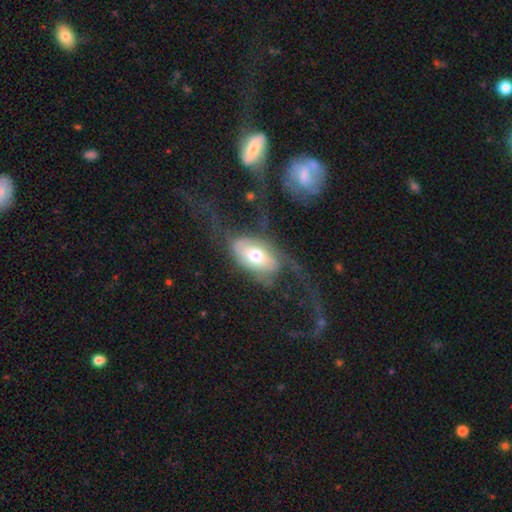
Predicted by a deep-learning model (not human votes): Smooth or featured: featured or disk — 58% (smooth — 36%)
Edge-on disk: no — 90% (yes — 10%)
Bar: no — 69% (weak — 21%)
Spiral arms: yes — 61% (no — 39%)
Bulge size: moderate — 66% (large — 17%)
Merging: major disturbance — 47% (none — 33%)